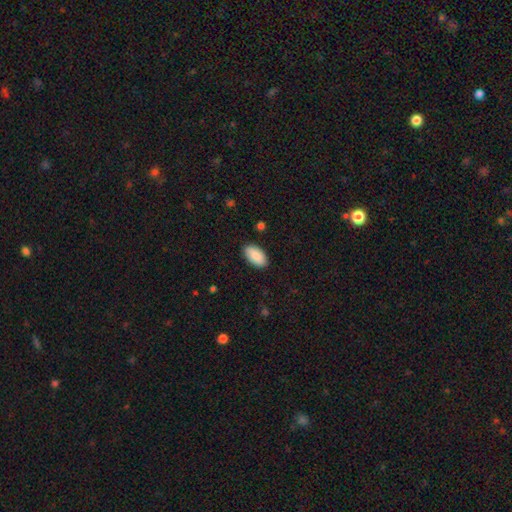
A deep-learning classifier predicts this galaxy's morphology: Smooth or featured?
  - smooth: 89% *
  - star or artifact: 6%
  - featured or disk: 5%
How rounded?
  - in between: 95% *
  - round: 3%
  - cigar-shaped: 2%
Merging?
  - none: 88% *
  - minor disturbance: 9%
  - major disturbance: 2%
  - merger: 1%